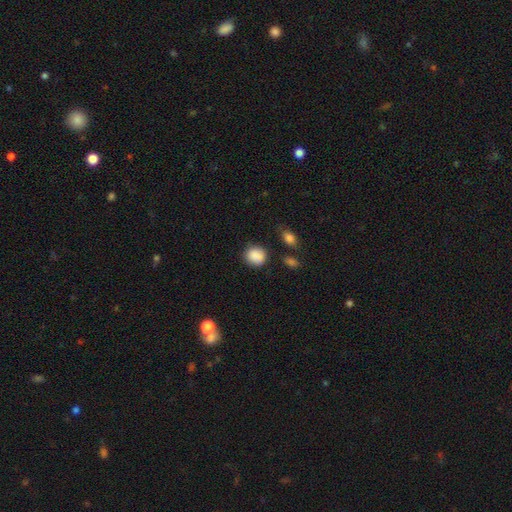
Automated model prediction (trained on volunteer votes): This is clearly a smooth galaxy (88%). How rounded: likely round (77%). Merging: clearly none (81%).